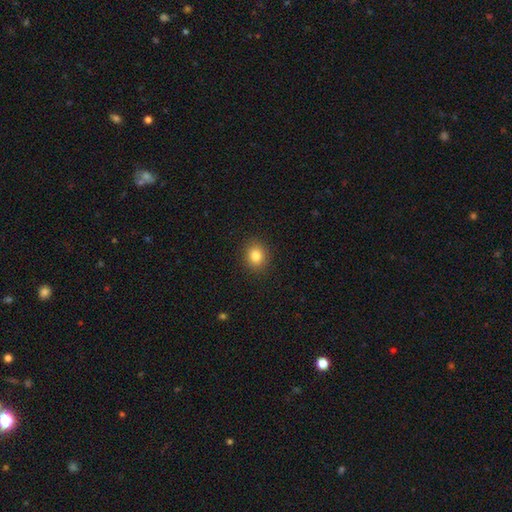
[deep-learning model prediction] Smooth or featured: smooth — 83% (star or artifact — 11%)
How rounded: round — 71% (in between — 28%)
Merging: none — 90% (minor disturbance — 7%)